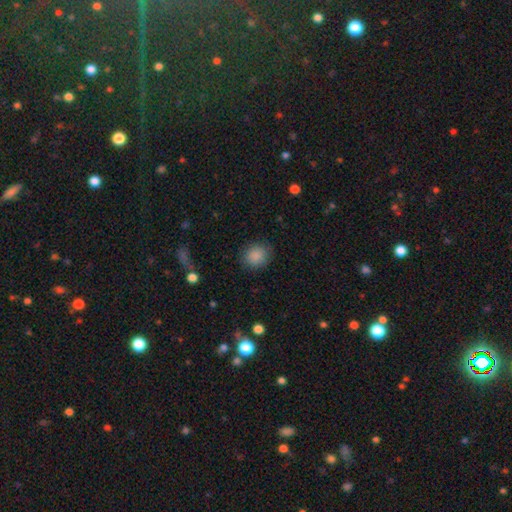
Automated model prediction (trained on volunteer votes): A smooth galaxy with no disk features (87%) that is round (81%).

Vote fractions:
- Smooth or featured? smooth: 87% / star or artifact: 9% / featured or disk: 4%
- How rounded? round: 81% / in between: 18% / cigar-shaped: 1%
- Merging? none: 85% / minor disturbance: 11% / major disturbance: 4% / merger: 1%